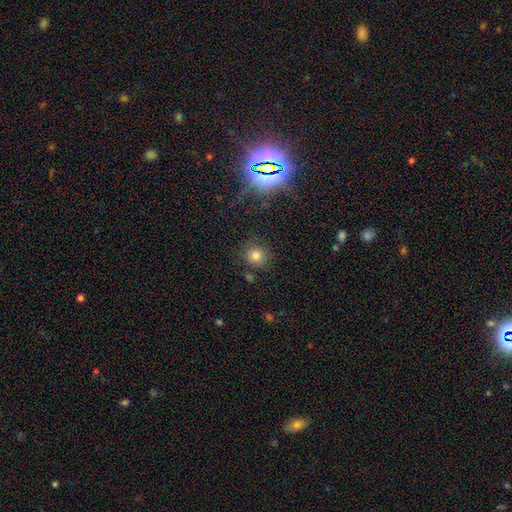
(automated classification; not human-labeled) smooth-or-featured: smooth: 78% | star or artifact: 15% | featured or disk: 7%
  how-rounded: round: 86% | in between: 13% | cigar-shaped: 1%
  merging: none: 82% | minor disturbance: 10% | merger: 4% | major disturbance: 4%